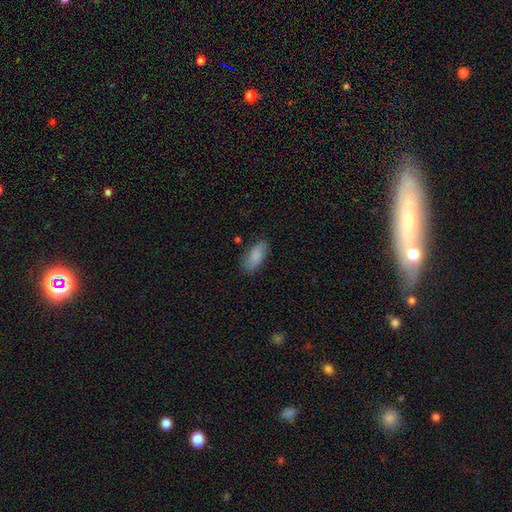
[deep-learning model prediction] This is clearly a smooth galaxy (82%). How rounded: clearly in between (86%). Merging: likely none (79%).